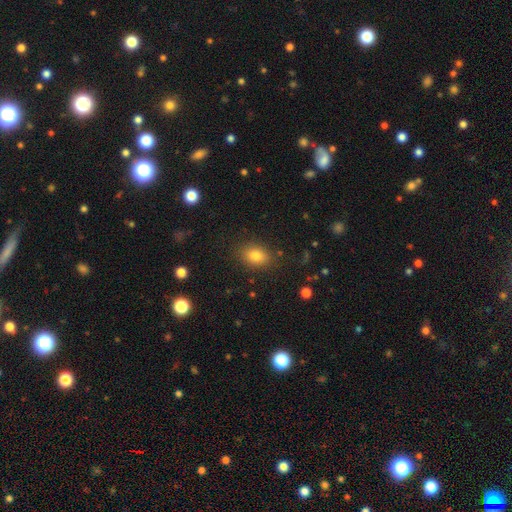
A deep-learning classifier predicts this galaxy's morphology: Overall: smooth (81%). How rounded: in between (77%). Merging: none (85%).